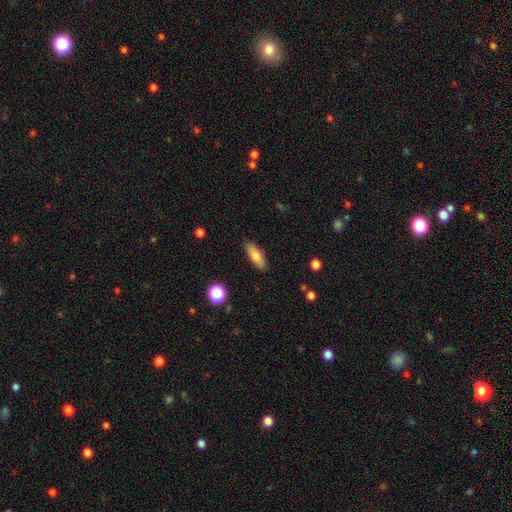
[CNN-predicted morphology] Smooth or featured? smooth (77%)
How rounded? in between (62%)
Merging? none (87%)